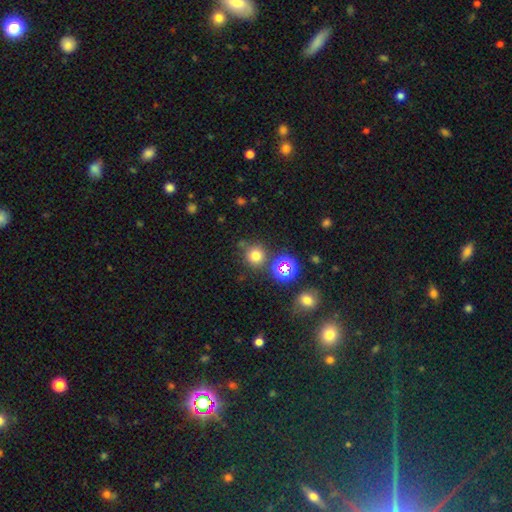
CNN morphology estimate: The model was most divided on "smooth or featured": smooth: 72%, star or artifact: 21%, featured or disk: 7%. More confident: how rounded — round (92%); merging — none (79%).